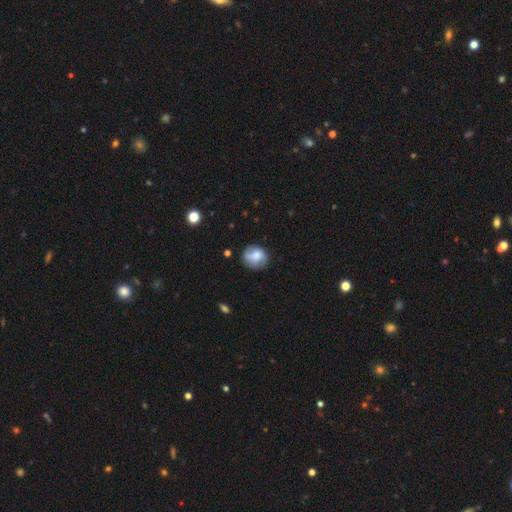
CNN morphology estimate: The model was most divided on "smooth or featured": smooth: 66%, featured or disk: 26%, star or artifact: 8%. More confident: how rounded — round (78%); merging — none (70%).